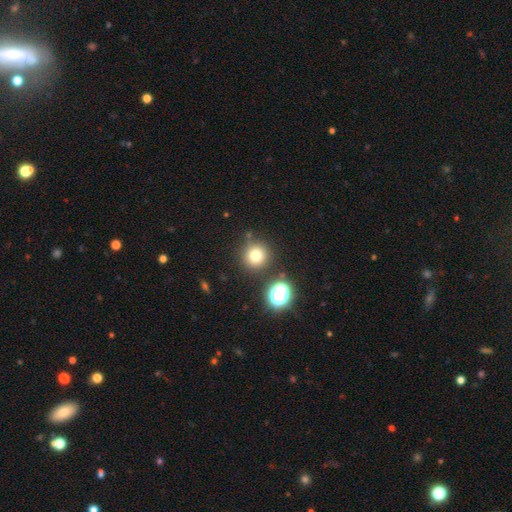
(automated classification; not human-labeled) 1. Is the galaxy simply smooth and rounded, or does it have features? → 75% smooth, 17% star or artifact, 9% featured or disk.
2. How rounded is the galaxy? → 94% round, 5% in between, 1% cigar-shaped.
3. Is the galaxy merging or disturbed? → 81% none, 9% minor disturbance, 7% merger, 3% major disturbance.